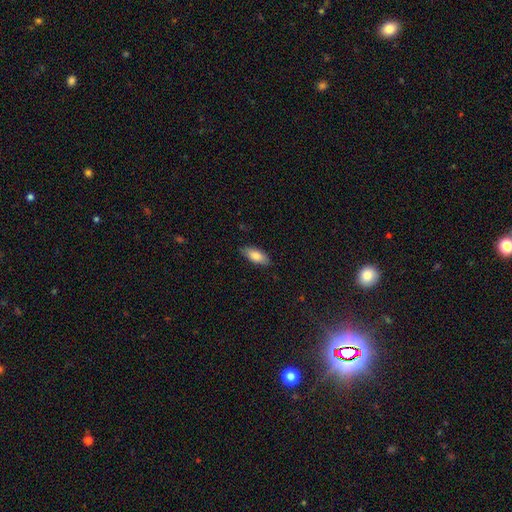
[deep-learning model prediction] A smooth galaxy with no disk features (81%) that is in between round and cigar-shaped (83%).

Vote fractions:
- Smooth or featured? smooth: 81% / featured or disk: 13% / star or artifact: 6%
- How rounded? in between: 83% / cigar-shaped: 15% / round: 2%
- Merging? none: 84% / minor disturbance: 13% / major disturbance: 2% / merger: 1%